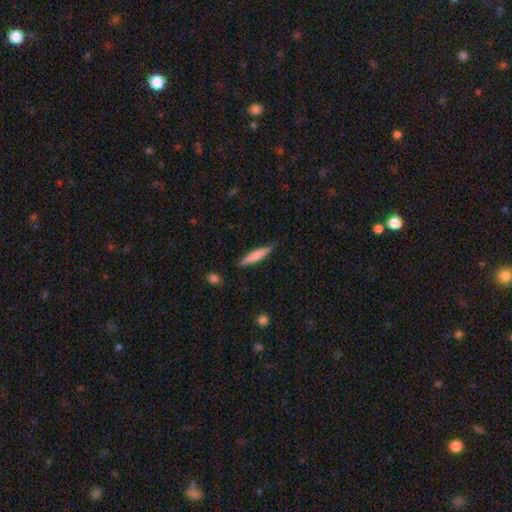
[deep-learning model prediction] The model was most divided on "smooth or featured": smooth: 70%, featured or disk: 25%, star or artifact: 5%. More confident: how rounded — cigar-shaped (90%); merging — none (85%).